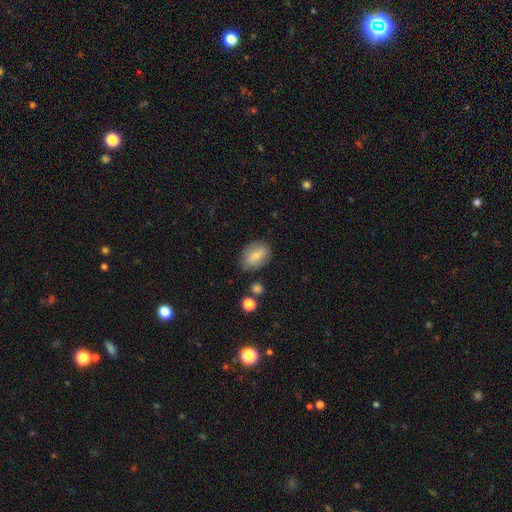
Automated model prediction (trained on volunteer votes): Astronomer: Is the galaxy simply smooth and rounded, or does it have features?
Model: smooth — 72%.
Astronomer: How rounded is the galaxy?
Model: in between — 77%.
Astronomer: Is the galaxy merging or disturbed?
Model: none — 75%.